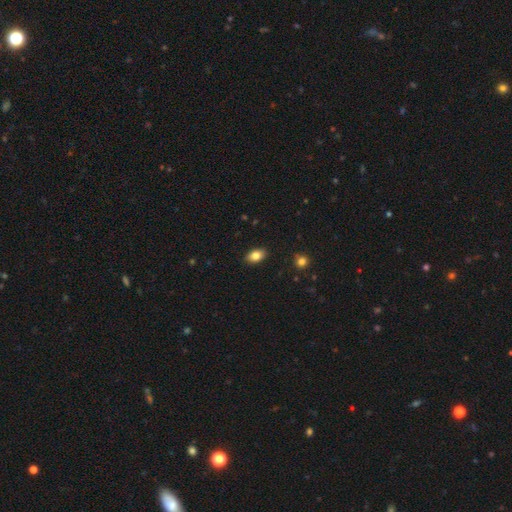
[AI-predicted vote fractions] A smooth galaxy with no disk features (84%) that is in between round and cigar-shaped (87%).

Vote fractions:
- Smooth or featured? smooth: 84% / star or artifact: 9% / featured or disk: 7%
- How rounded? in between: 87% / round: 12% / cigar-shaped: 2%
- Merging? none: 89% / minor disturbance: 8% / major disturbance: 2% / merger: 1%